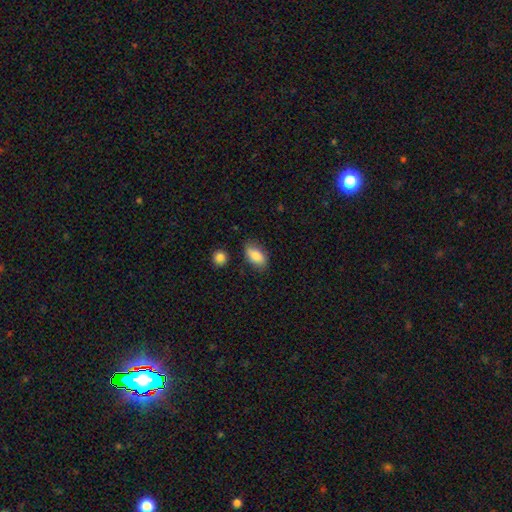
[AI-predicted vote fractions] A smooth galaxy with no disk features (85%) that is in between round and cigar-shaped (90%).

Vote fractions:
- Smooth or featured? smooth: 85% / featured or disk: 8% / star or artifact: 7%
- How rounded? in between: 90% / round: 6% / cigar-shaped: 4%
- Merging? none: 76% / minor disturbance: 18% / major disturbance: 4% / merger: 3%